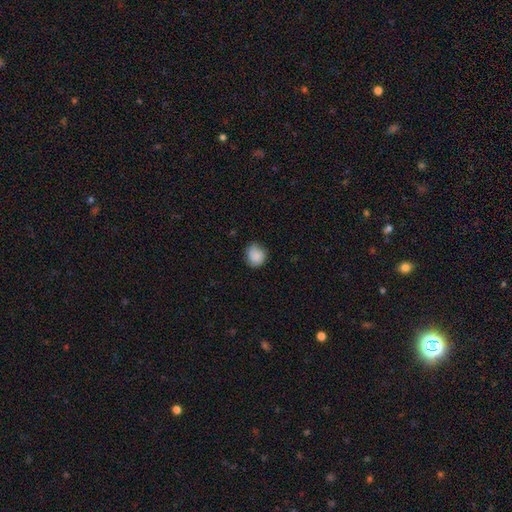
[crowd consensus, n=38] Morphology: type=smooth (95%); roundness=round (86%); merging=none (72%).